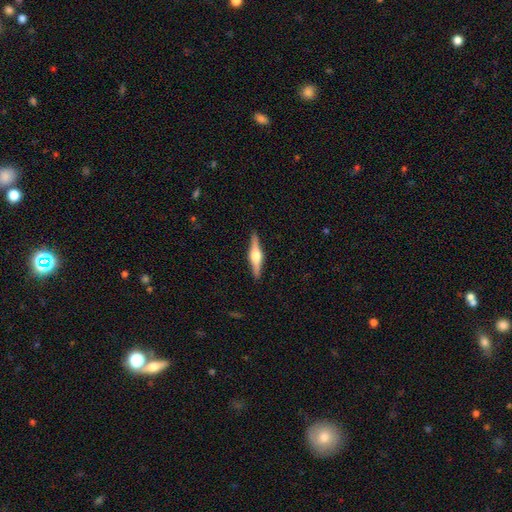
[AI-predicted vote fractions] This is likely a featured or disk galaxy (75%). It is clearly viewed edge-on (98%). Edge-on bulge: clearly rounded (94%). Merging: clearly none (91%).